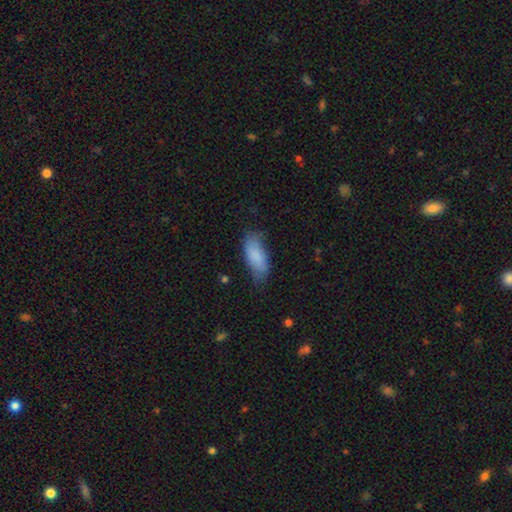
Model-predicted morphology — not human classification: Smooth or featured: smooth — 82% (featured or disk — 11%)
How rounded: in between — 82% (cigar-shaped — 16%)
Merging: none — 57% (minor disturbance — 32%)